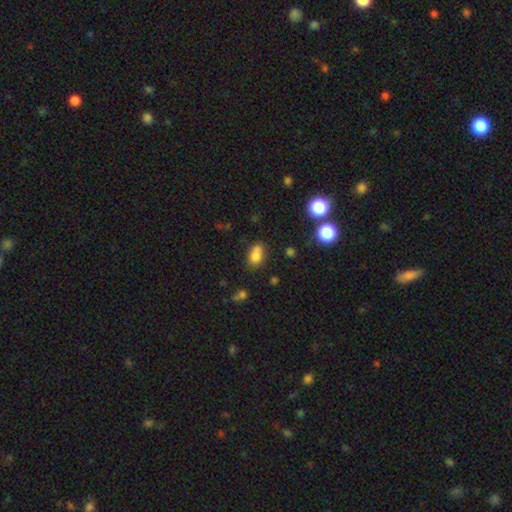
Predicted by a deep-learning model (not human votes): Overall: smooth (76%). How rounded: in between (73%). Merging: none (46%; merger 30%).